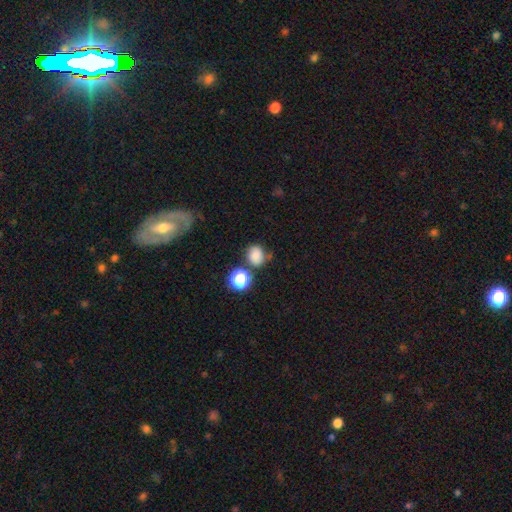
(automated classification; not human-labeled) The model was most divided on "how rounded": round: 60%, in between: 39%, cigar-shaped: 1%. More confident: smooth or featured — smooth (77%); merging — none (62%).